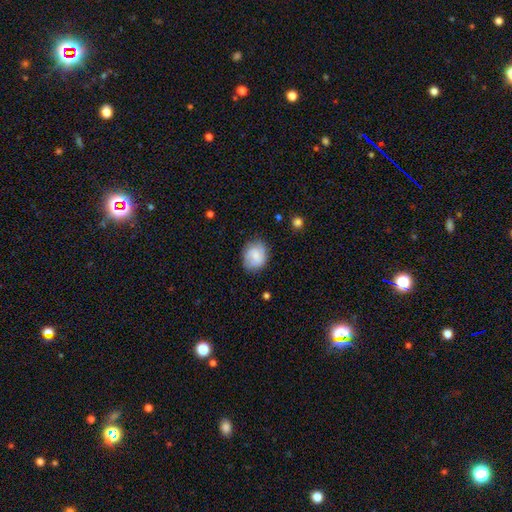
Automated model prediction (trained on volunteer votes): Q: Smooth or featured?
A: smooth (56%); runner-up: featured or disk (36%)
Q: How rounded?
A: round (57%); runner-up: in between (42%)
Q: Merging?
A: none (73%); runner-up: minor disturbance (20%)